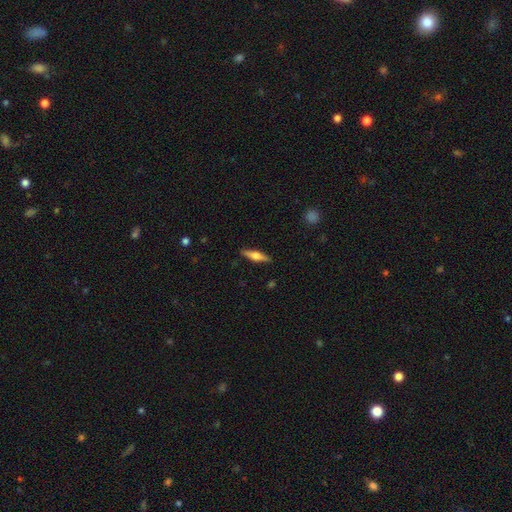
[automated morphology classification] This appears to be a featured or disk galaxy (57%) viewed edge-on (96%) with a rounded central bulge (91%). Merging: none (89%).